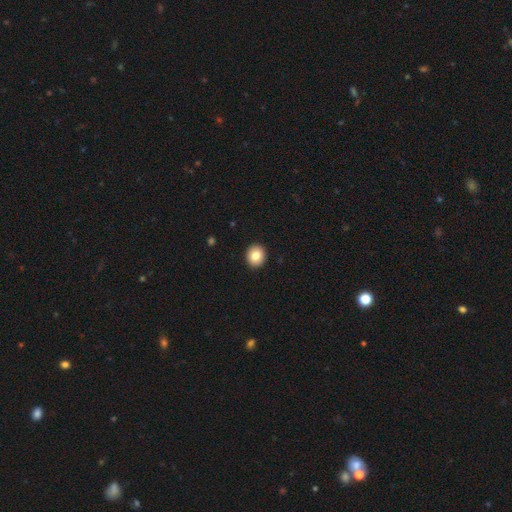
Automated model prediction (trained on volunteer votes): This appears to be a smooth galaxy with no disk features (83%) that is round (80%). Merging: none (93%).